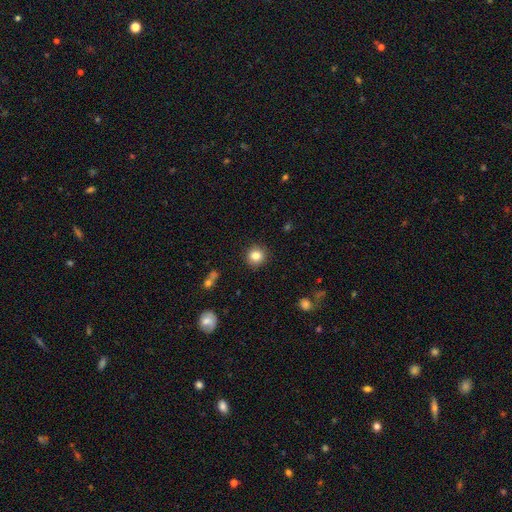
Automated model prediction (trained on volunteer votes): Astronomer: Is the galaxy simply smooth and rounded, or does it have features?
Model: smooth — 84%.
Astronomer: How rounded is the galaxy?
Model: round — 93%.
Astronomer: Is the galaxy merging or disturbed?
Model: none — 91%.